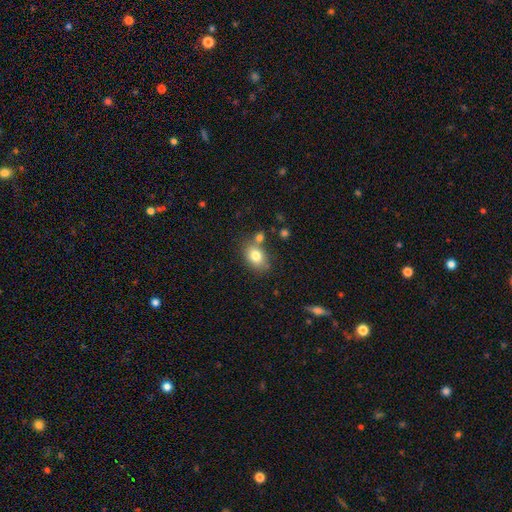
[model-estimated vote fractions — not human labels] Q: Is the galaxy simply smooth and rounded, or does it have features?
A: smooth — 79%.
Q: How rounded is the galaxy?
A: in between — 72%.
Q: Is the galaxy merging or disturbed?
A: none — 62%.